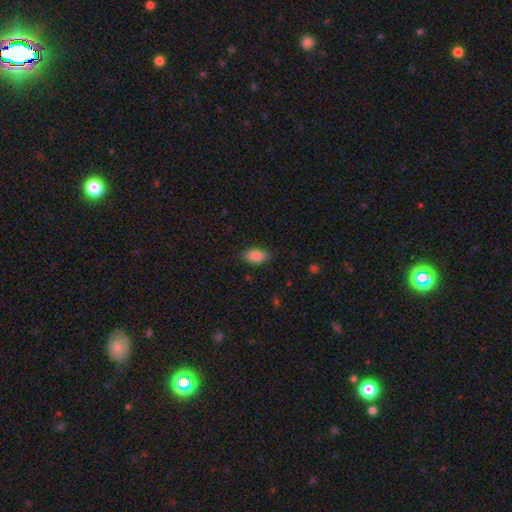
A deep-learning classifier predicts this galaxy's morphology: type=smooth (86%); roundness=in between (93%); merging=none (86%).